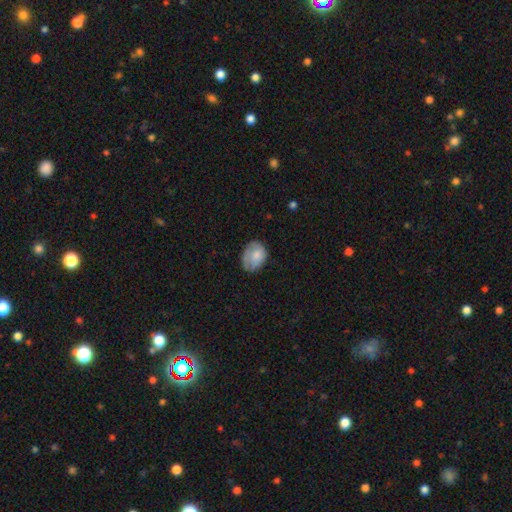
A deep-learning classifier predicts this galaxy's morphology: Overall: smooth (73%). How rounded: in between (64%; round 35%). Merging: none (57%; minor disturbance 31%).